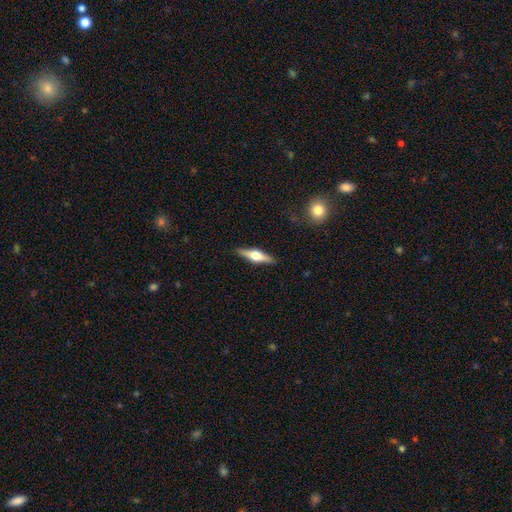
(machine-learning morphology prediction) Q: Smooth or featured?
A: featured or disk (64%); runner-up: smooth (31%)
Q: Edge-on disk?
A: yes (96%); runner-up: no (4%)
Q: Edge-on bulge?
A: rounded (94%); runner-up: boxy (5%)
Q: Merging?
A: none (89%); runner-up: minor disturbance (8%)